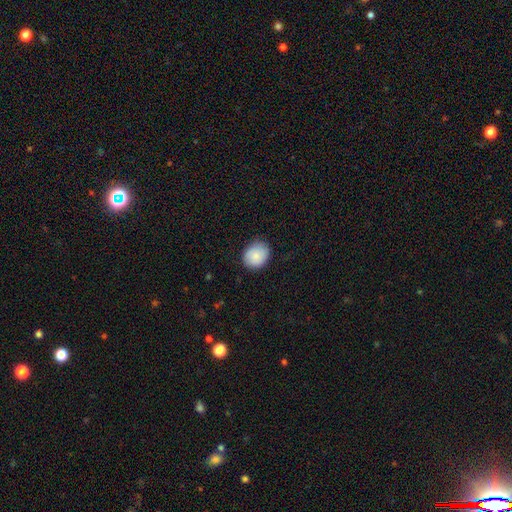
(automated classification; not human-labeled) Smooth or featured? smooth (86%)
How rounded? round (62%)
Merging? none (81%)